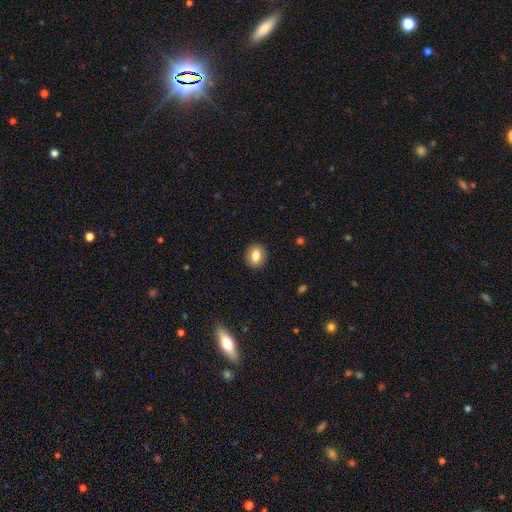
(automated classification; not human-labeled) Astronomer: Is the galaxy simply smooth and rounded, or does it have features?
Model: smooth — 80%.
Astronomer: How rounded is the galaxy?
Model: in between — 50% (runner-up: round, 49%).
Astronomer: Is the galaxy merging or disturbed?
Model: none — 90%.